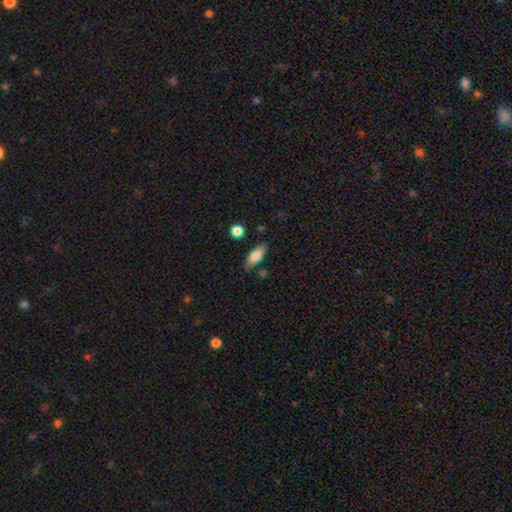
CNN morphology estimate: The model was most divided on "how rounded": in between: 77%, cigar-shaped: 20%, round: 3%. More confident: smooth or featured — smooth (80%); merging — none (78%).